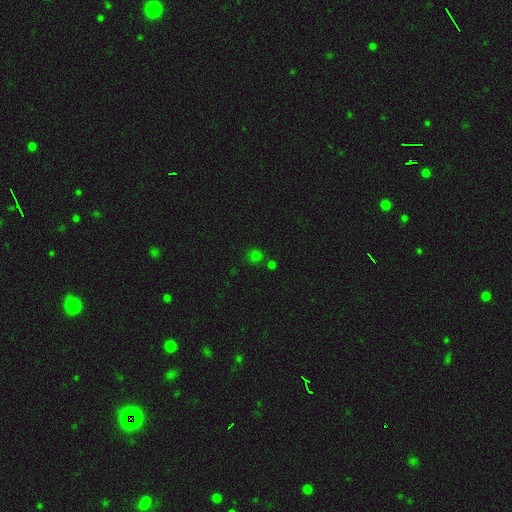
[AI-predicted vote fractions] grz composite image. It shows a smooth galaxy with no disk features (67%) that is round (88%). Merging: none (76%).